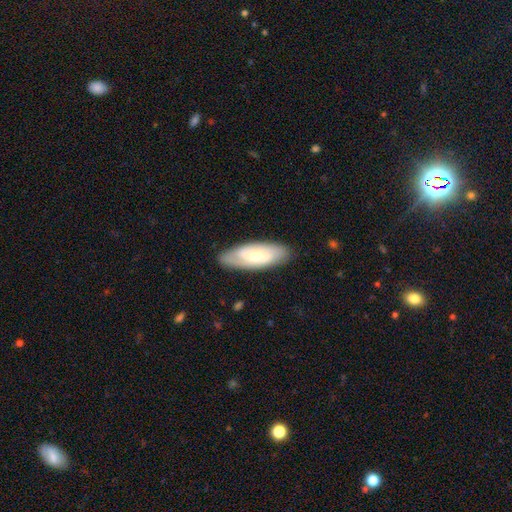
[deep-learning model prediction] The model was most divided on "smooth or featured": featured or disk: 48%, smooth: 46%, star or artifact: 6%. More confident: merging — none (83%).